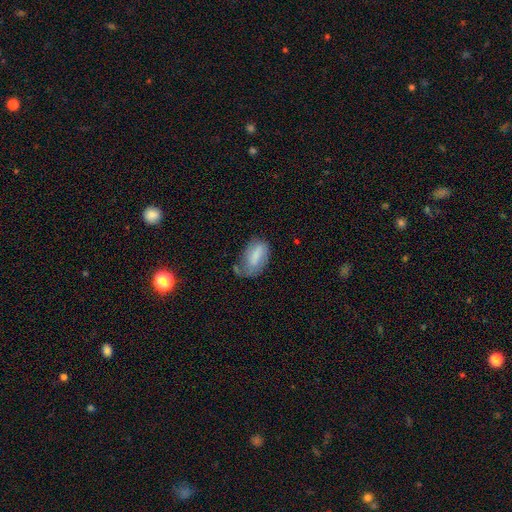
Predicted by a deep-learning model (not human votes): A smooth galaxy with no disk features (71%) that is in between round and cigar-shaped (91%). Merging: none (40%).